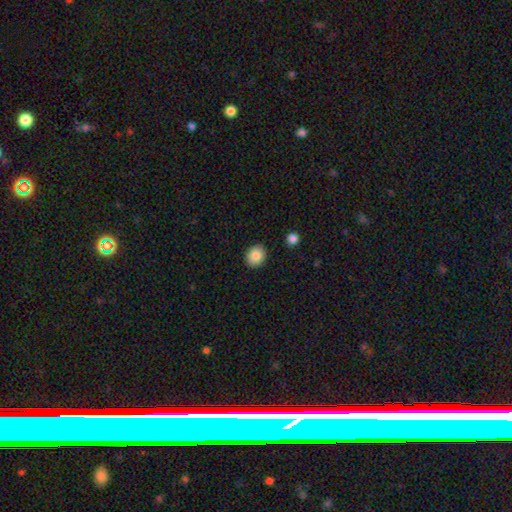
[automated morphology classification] Smooth or featured?
  - smooth: 86% *
  - star or artifact: 8%
  - featured or disk: 6%
How rounded?
  - round: 63% *
  - in between: 36%
  - cigar-shaped: 1%
Merging?
  - none: 89% *
  - minor disturbance: 7%
  - major disturbance: 2%
  - merger: 2%